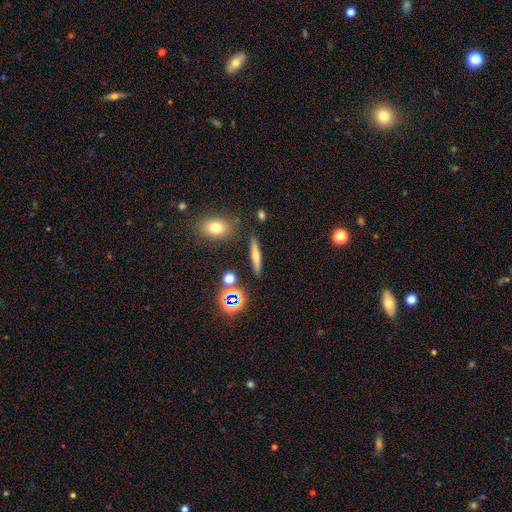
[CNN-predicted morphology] This is possibly a smooth galaxy (49%). Merging: clearly none (87%).